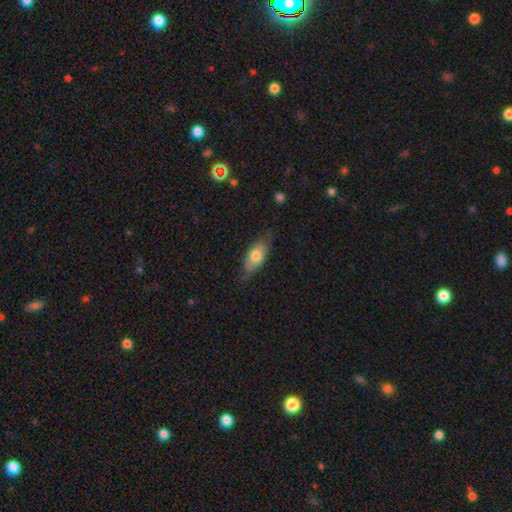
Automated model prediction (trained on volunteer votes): Smooth or featured: smooth — 70% (featured or disk — 24%)
How rounded: in between — 83% (cigar-shaped — 13%)
Merging: none — 70% (minor disturbance — 24%)